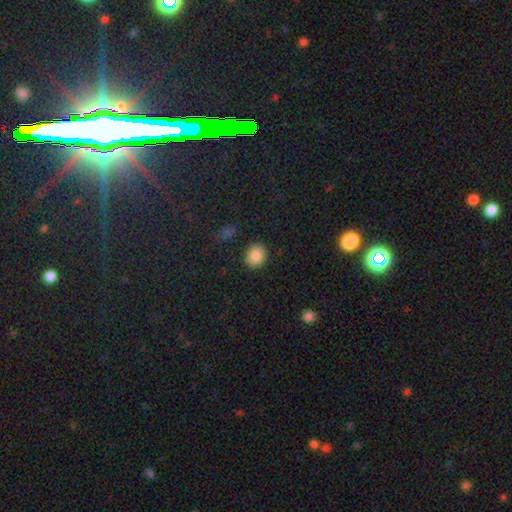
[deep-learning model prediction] Overall: smooth (87%). How rounded: round (70%). Merging: none (88%).